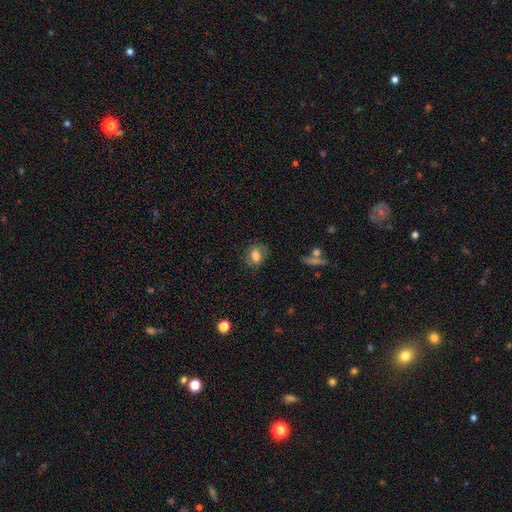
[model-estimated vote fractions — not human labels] Smooth or featured? Predicted: smooth (p=0.69). How rounded? Predicted: in between (p=0.54). Merging? Predicted: none (p=0.73).